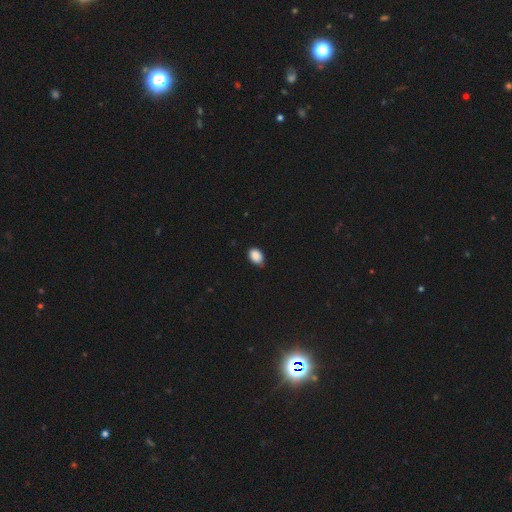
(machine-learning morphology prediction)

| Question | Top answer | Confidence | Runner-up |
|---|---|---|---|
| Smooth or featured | smooth | 89% | star or artifact (8%) |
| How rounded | in between | 79% | round (20%) |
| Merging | none | 74% | minor disturbance (22%) |